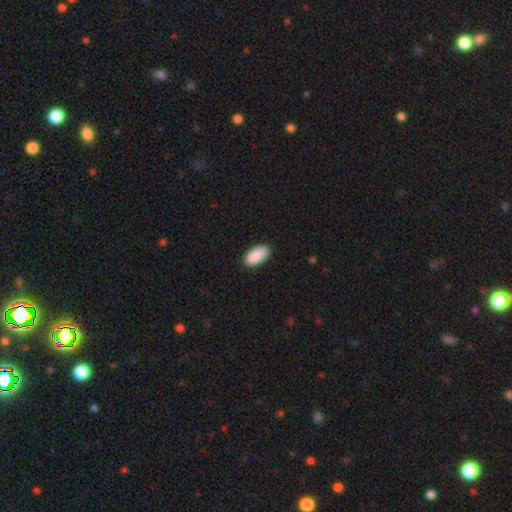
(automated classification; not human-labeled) The model was most divided on "merging": none: 86%, minor disturbance: 11%, major disturbance: 2%, merger: 1%. More confident: how rounded — in between (92%); smooth or featured — smooth (91%).